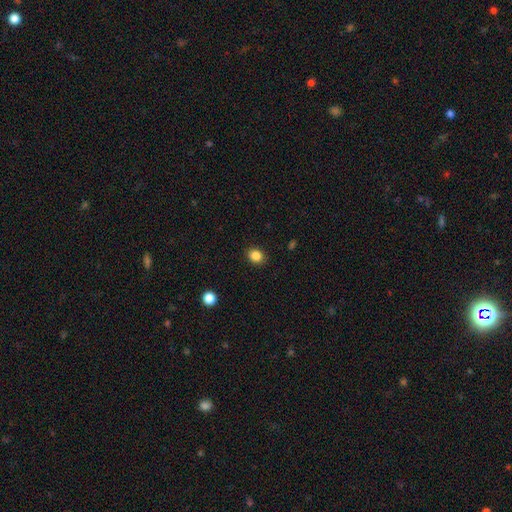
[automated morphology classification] smooth_or_featured: smooth (p=0.86) [alt: star or artifact p=0.11]
how_rounded: round (p=0.62) [alt: in between p=0.37]
merging: none (p=0.90) [alt: minor disturbance p=0.07]